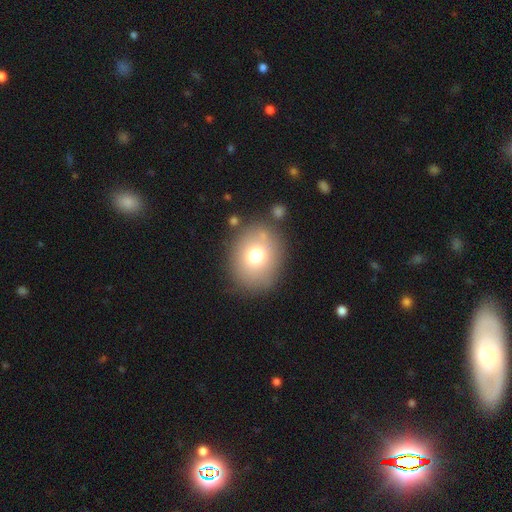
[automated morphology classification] A smooth galaxy with no disk features (71%) that is round (64%). Merging: none (81%).